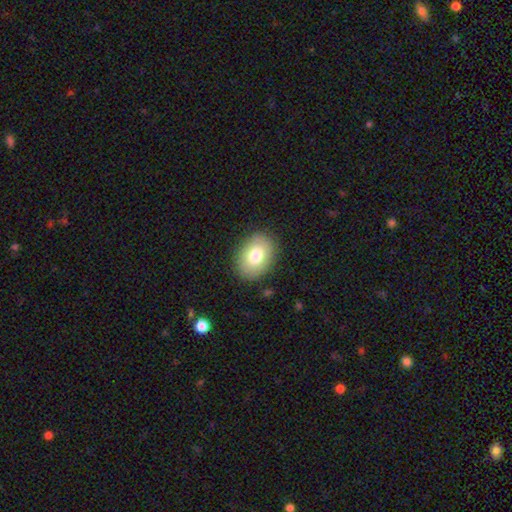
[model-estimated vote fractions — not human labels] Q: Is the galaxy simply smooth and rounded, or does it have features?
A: smooth — 78%.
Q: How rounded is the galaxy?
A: in between — 75%.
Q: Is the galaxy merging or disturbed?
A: none — 87%.